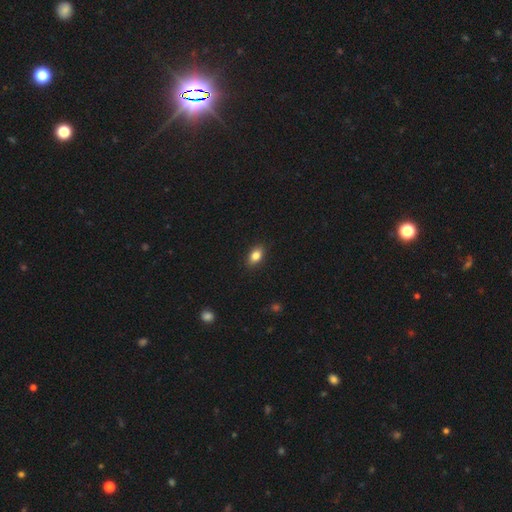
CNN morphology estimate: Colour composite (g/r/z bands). It shows a smooth galaxy with no disk features (83%) that is in between round and cigar-shaped (83%). Merging: none (88%).